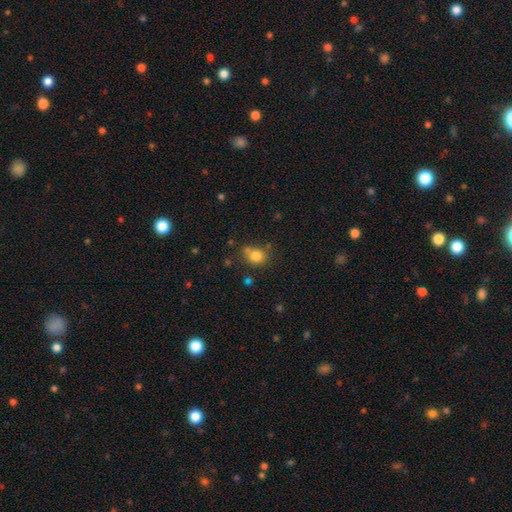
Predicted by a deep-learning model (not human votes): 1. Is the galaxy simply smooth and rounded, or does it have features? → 81% smooth, 12% star or artifact, 8% featured or disk.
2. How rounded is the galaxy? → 70% round, 29% in between, 1% cigar-shaped.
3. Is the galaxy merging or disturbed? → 60% none, 20% minor disturbance, 13% merger, 7% major disturbance.